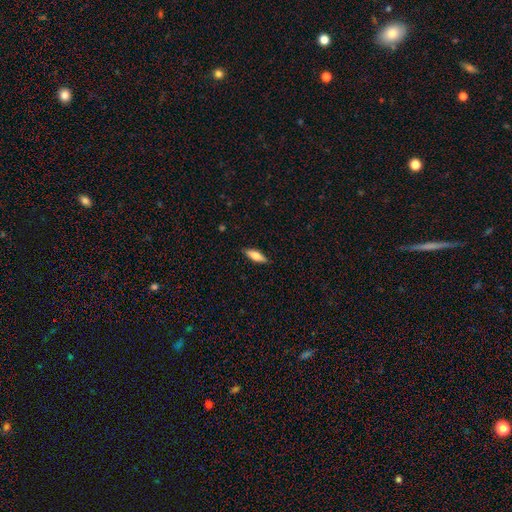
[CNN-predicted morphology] smooth-or-featured: smooth: 70% | featured or disk: 24% | star or artifact: 6%
  how-rounded: in between: 51% | cigar-shaped: 46% | round: 2%
  merging: none: 88% | minor disturbance: 9% | major disturbance: 2% | merger: 1%